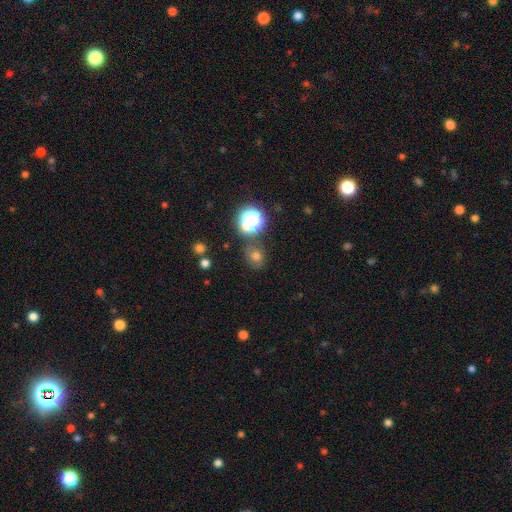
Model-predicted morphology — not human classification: smooth-or-featured: smooth: 59% | star or artifact: 30% | featured or disk: 11%
  how-rounded: round: 69% | in between: 30% | cigar-shaped: 1%
  merging: none: 75% | minor disturbance: 14% | merger: 6% | major disturbance: 5%